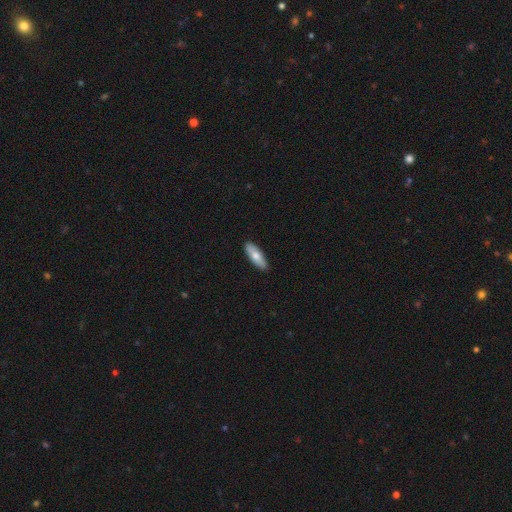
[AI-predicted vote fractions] Q: Smooth or featured?
A: smooth (68%); runner-up: featured or disk (26%)
Q: How rounded?
A: in between (60%); runner-up: cigar-shaped (38%)
Q: Merging?
A: none (89%); runner-up: minor disturbance (8%)